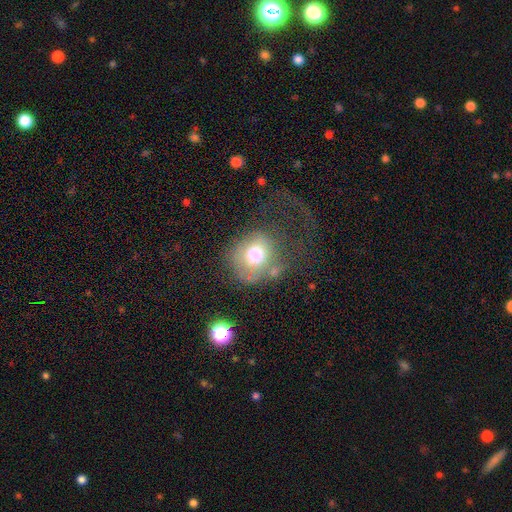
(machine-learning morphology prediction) Overall: smooth (58%; featured or disk 31%). How rounded: round (74%). Merging: major disturbance (50%; none 27%).